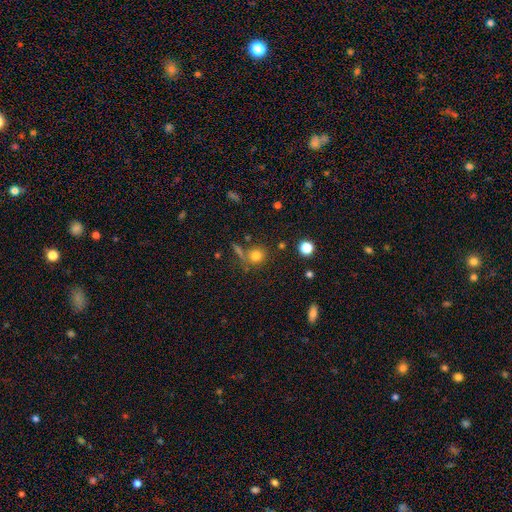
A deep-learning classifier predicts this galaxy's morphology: Smooth or featured?
  - smooth: 77% *
  - star or artifact: 14%
  - featured or disk: 8%
How rounded?
  - round: 83% *
  - in between: 16%
  - cigar-shaped: 2%
Merging?
  - none: 68% *
  - merger: 15%
  - minor disturbance: 12%
  - major disturbance: 6%